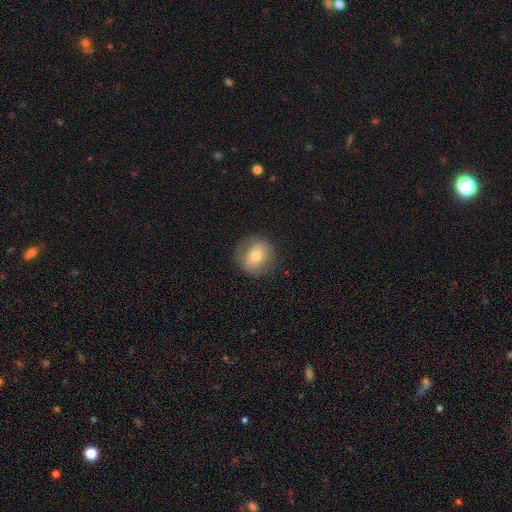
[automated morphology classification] smooth_or_featured: smooth (p=0.60) [alt: featured or disk p=0.30]
how_rounded: round (p=0.79) [alt: in between p=0.19]
merging: none (p=0.82) [alt: minor disturbance p=0.12]